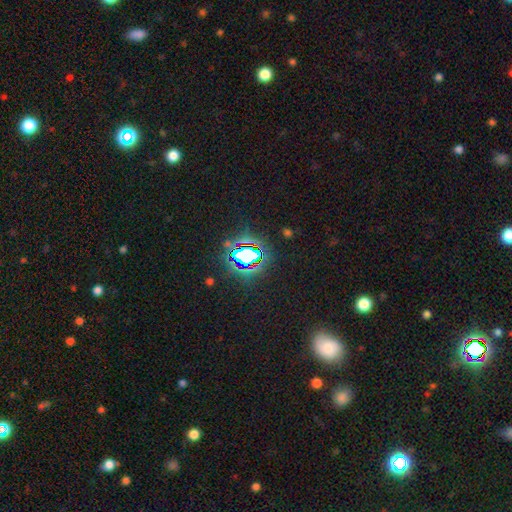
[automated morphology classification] A star or artifact, not a galaxy (75%).

Vote fractions:
- Smooth or featured? star or artifact: 75% / smooth: 15% / featured or disk: 10%